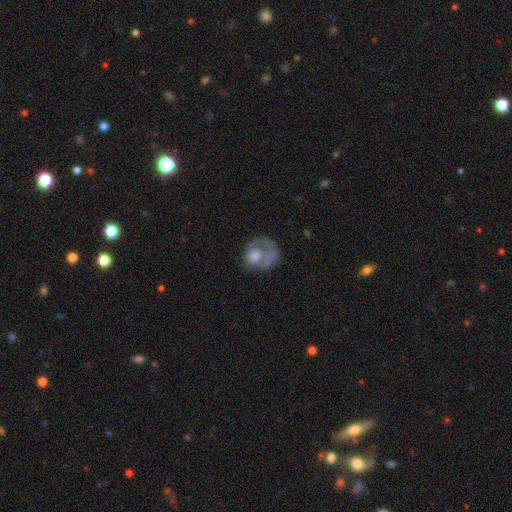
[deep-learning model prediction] Smooth or featured: featured or disk — 51% (smooth — 39%)
Edge-on disk: no — 97% (yes — 3%)
Merging: none — 40% (major disturbance — 34%)